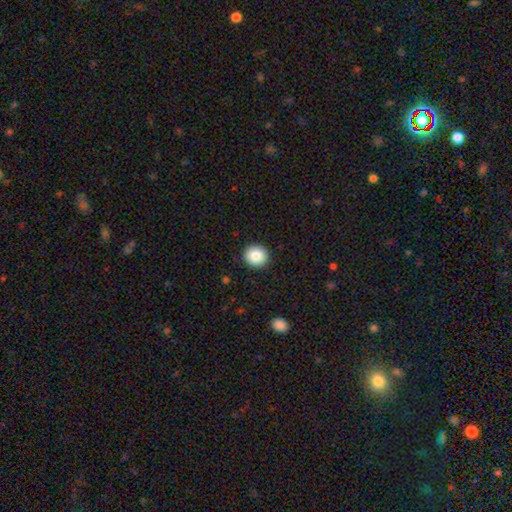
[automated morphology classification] smooth-or-featured: smooth: 86% | star or artifact: 8% | featured or disk: 6%
  how-rounded: round: 86% | in between: 13% | cigar-shaped: 1%
  merging: none: 92% | minor disturbance: 5% | major disturbance: 2% | merger: 1%